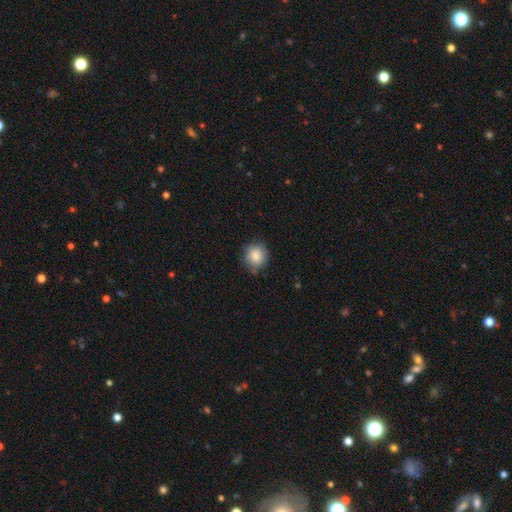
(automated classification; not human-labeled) This is clearly a smooth galaxy (86%). How rounded: clearly round (89%). Merging: likely none (78%).